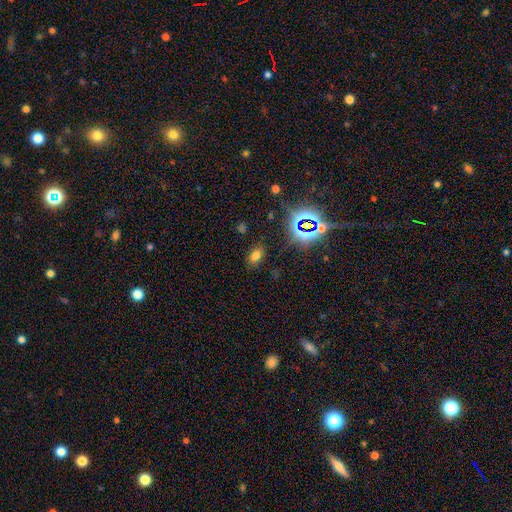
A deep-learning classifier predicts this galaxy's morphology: This is likely a smooth galaxy (65%). How rounded: clearly in between (84%). Merging: clearly none (83%).